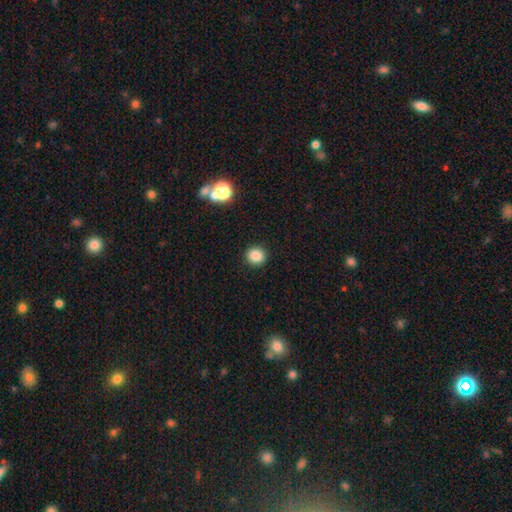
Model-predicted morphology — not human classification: Q: Smooth or featured?
A: smooth (85%); runner-up: star or artifact (11%)
Q: How rounded?
A: round (91%); runner-up: in between (8%)
Q: Merging?
A: none (92%); runner-up: minor disturbance (5%)